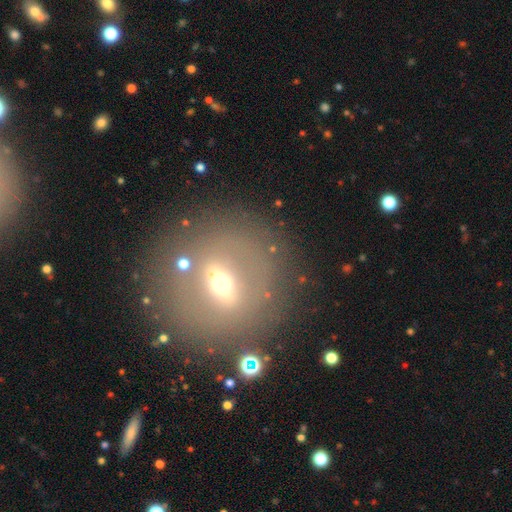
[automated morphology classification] This is possibly a featured or disk galaxy (52%). It is likely not viewed edge-on (68%). Merging: clearly none (81%).